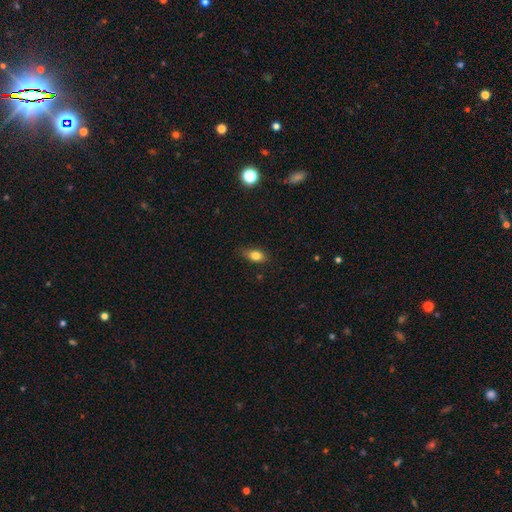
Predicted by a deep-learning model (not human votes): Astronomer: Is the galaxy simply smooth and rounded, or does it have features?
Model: smooth — 82%.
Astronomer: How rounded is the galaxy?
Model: in between — 79%.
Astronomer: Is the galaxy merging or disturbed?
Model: none — 74%.